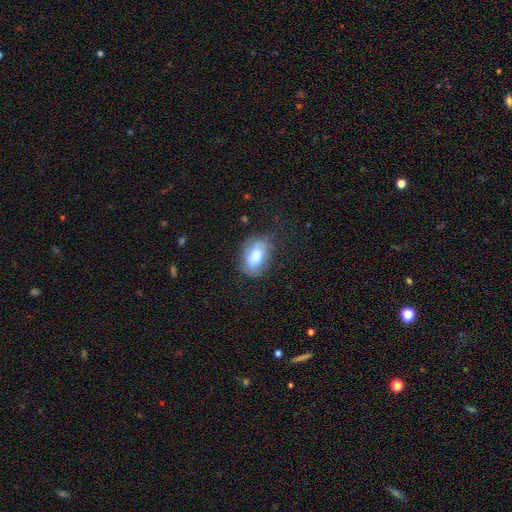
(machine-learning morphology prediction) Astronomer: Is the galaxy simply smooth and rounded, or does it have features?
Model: smooth — 75%.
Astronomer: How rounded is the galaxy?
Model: in between — 86%.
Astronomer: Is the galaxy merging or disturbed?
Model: none — 67%.